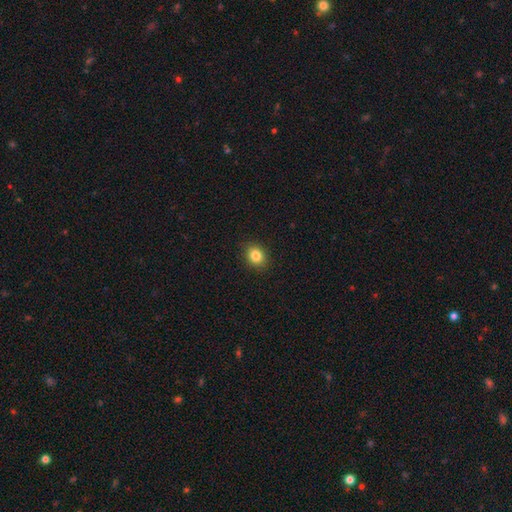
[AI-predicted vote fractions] This is clearly a smooth galaxy (84%). How rounded: possibly round (56%). Merging: clearly none (90%).